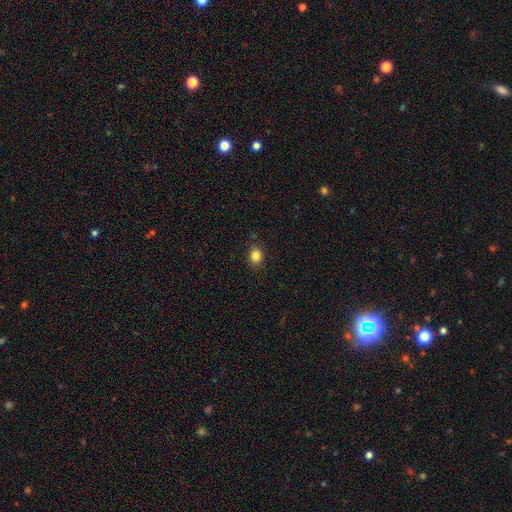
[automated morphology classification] smooth 84%, star or artifact 11%, featured or disk 5%. Down the decision tree: how rounded — round (66%); merging — none (86%).